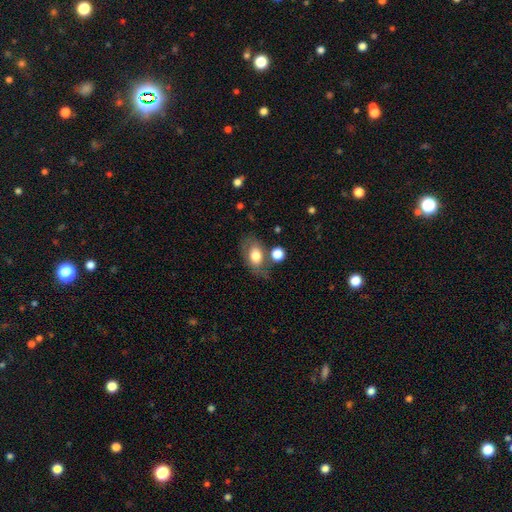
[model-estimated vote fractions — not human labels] smooth 72%, featured or disk 20%, star or artifact 8%. Down the decision tree: how rounded — in between (82%); merging — none (55%).